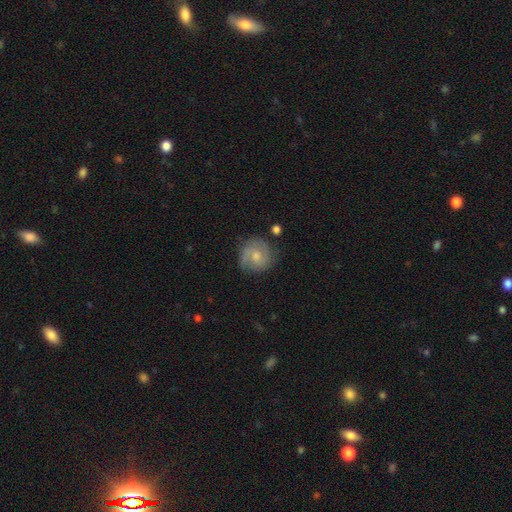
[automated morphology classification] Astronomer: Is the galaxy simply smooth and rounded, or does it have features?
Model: featured or disk — 59%.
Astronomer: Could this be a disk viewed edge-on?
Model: no — 97%.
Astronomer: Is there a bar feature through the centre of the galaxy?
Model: no — 61%.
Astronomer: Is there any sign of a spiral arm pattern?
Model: yes — 87%.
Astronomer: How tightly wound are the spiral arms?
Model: tight — 47% (runner-up: medium, 40%).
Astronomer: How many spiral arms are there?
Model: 2 — 65%.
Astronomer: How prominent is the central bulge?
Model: moderate — 60%.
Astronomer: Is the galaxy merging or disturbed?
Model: none — 75%.